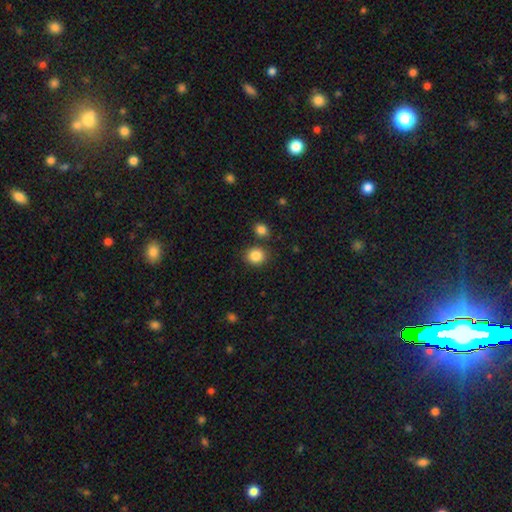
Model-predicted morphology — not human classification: Overall: smooth (86%). How rounded: round (78%). Merging: none (80%).